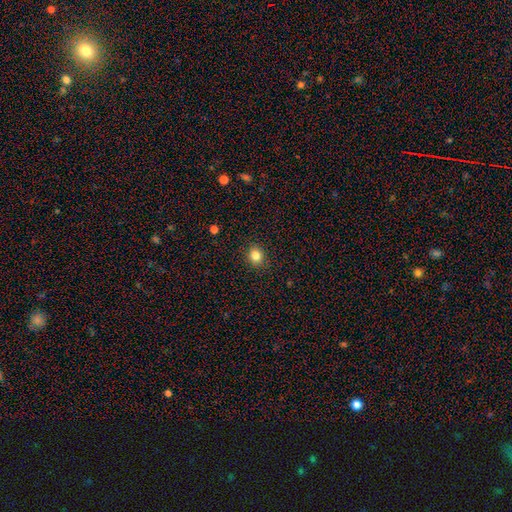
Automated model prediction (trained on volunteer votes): The model was most divided on "how rounded": round: 72%, in between: 27%, cigar-shaped: 1%. More confident: merging — none (90%); smooth or featured — smooth (83%).